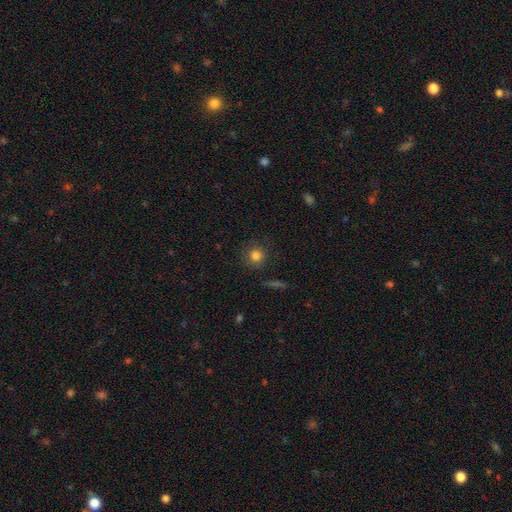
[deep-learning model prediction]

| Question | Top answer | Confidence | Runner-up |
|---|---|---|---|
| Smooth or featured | smooth | 81% | star or artifact (12%) |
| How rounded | round | 92% | in between (7%) |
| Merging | none | 84% | minor disturbance (10%) |